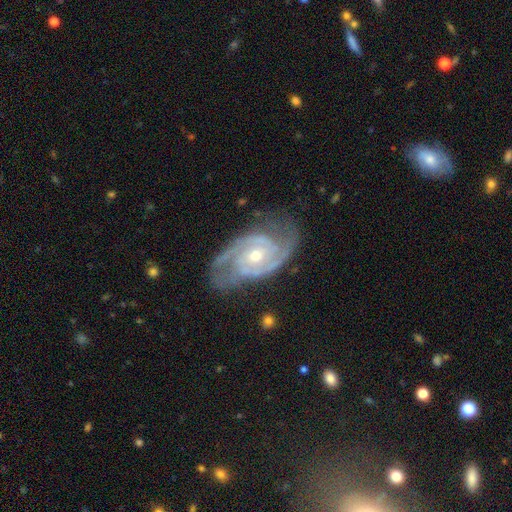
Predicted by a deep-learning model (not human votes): smooth-or-featured: featured or disk: 92% | star or artifact: 4% | smooth: 4%
  disk-edge-on: no: 97% | yes: 3%
    bar: no: 57% | weak: 34% | strong: 9%
    has-spiral-arms: yes: 98% | no: 2%
      spiral-winding: tight: 52% | medium: 41% | loose: 7%
      spiral-arm-count: 2: 70% | 3: 16% | can't tell: 7% | 4: 3% | 1: 3% | more than 4: 2%
    bulge-size: moderate: 56% | small: 41% | large: 2% | none: 1% | dominant: 1%
  merging: none: 72% | minor disturbance: 20% | major disturbance: 7% | merger: 1%